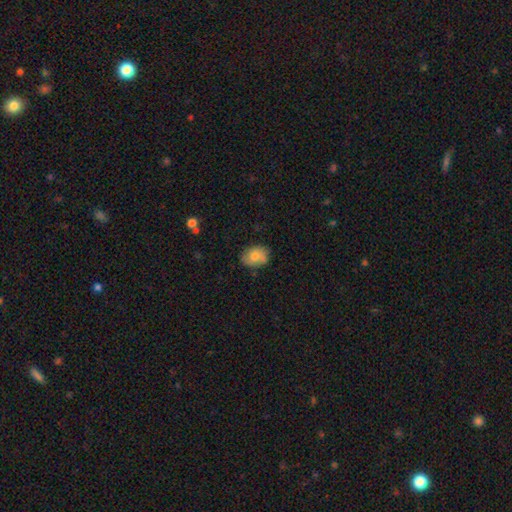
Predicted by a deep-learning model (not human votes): Overall: smooth (74%). How rounded: in between (70%). Merging: none (74%).